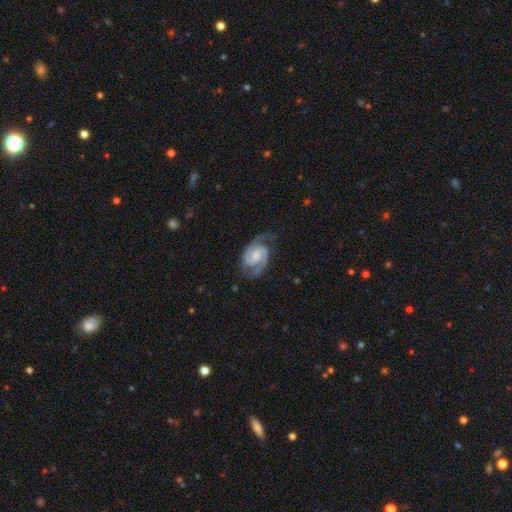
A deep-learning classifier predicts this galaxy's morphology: type=featured or disk (91%); edge-on=no (98%); bar=no (52%); spiral arms=yes (98%); winding=medium (46%, tied with tight); arm count=2 (92%); bulge=moderate (40%); merging=none (73%).